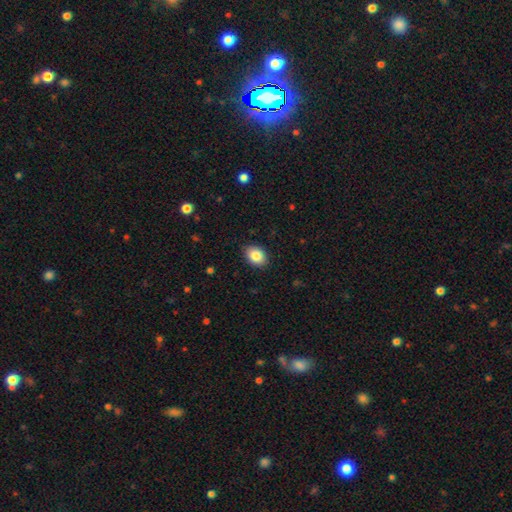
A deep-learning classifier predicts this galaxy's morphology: This is clearly a smooth galaxy (87%). How rounded: likely in between (73%). Merging: clearly none (89%).